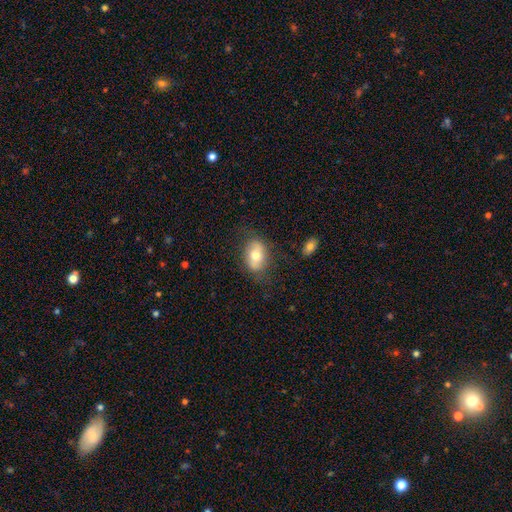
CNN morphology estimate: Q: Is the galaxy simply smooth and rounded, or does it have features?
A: smooth — 65%.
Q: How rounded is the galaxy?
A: in between — 82%.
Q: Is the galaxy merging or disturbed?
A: none — 74%.